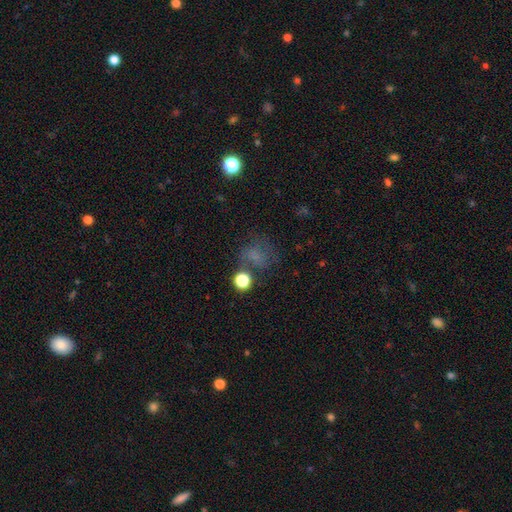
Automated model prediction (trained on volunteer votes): The model was most divided on "smooth or featured": smooth: 53%, star or artifact: 26%, featured or disk: 21%. More confident: how rounded — round (66%); merging — none (51%).